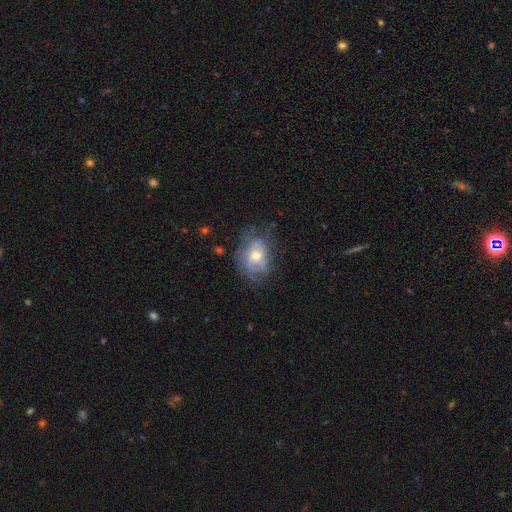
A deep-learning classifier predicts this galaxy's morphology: Smooth or featured?
  - featured or disk: 52% *
  - smooth: 38%
  - star or artifact: 10%
Edge-on disk?
  - no: 95% *
  - yes: 5%
Merging?
  - none: 53% *
  - minor disturbance: 27%
  - major disturbance: 18%
  - merger: 2%